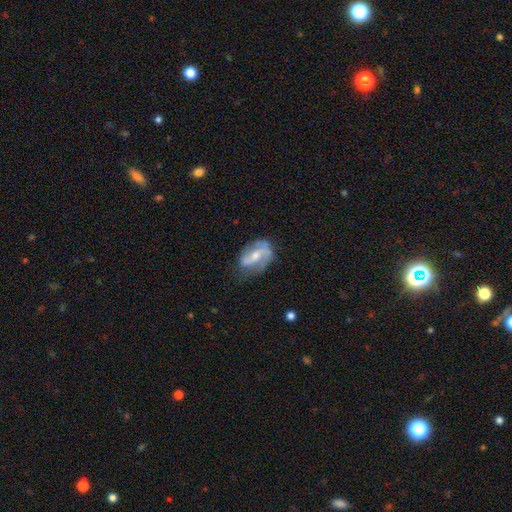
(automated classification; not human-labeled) A featured or disk galaxy (72%) with a weak bar (40%), 2 (75%) loose (41%) spiral arms (83%) and a moderate central bulge (54%).

Vote fractions:
- Smooth or featured? featured or disk: 72% / smooth: 22% / star or artifact: 6%
- Edge-on disk? no: 95% / yes: 5%
- Bar? weak: 40% / strong: 31% / no: 28%
- Spiral arms? yes: 83% / no: 17%
- Spiral winding? loose: 41% / medium: 40% / tight: 19%
- Spiral arm count? 2: 75% / 1: 11% / can't tell: 10% / 3: 2% / 4: 1% / more than 4: 1%
- Bulge size? moderate: 54% / small: 37% / large: 4% / none: 4% / dominant: 1%
- Merging? none: 55% / minor disturbance: 28% / major disturbance: 15% / merger: 2%